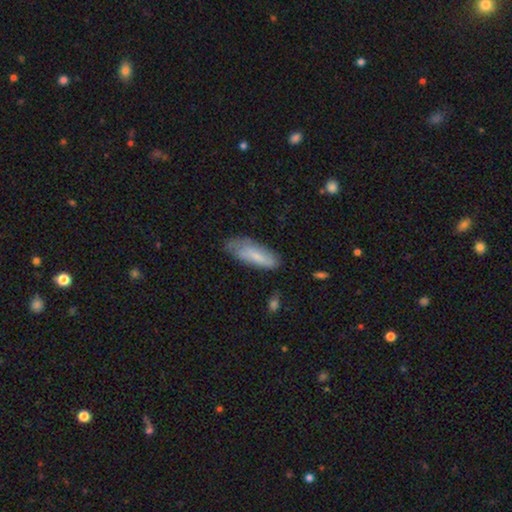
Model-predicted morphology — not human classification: Smooth or featured? Predicted: smooth (p=0.71). How rounded? Predicted: in between (p=0.62). Merging? Predicted: none (p=0.54).